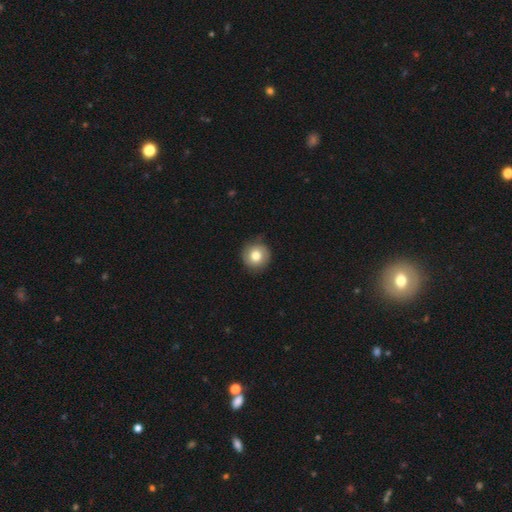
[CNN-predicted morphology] This is likely a smooth galaxy (72%). How rounded: clearly round (92%). Merging: clearly none (81%).